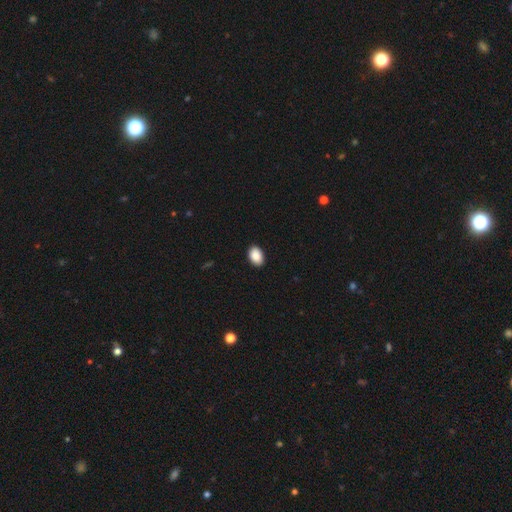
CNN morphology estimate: A smooth galaxy with no disk features (90%) that is in between round and cigar-shaped (87%). Merging: none (91%).